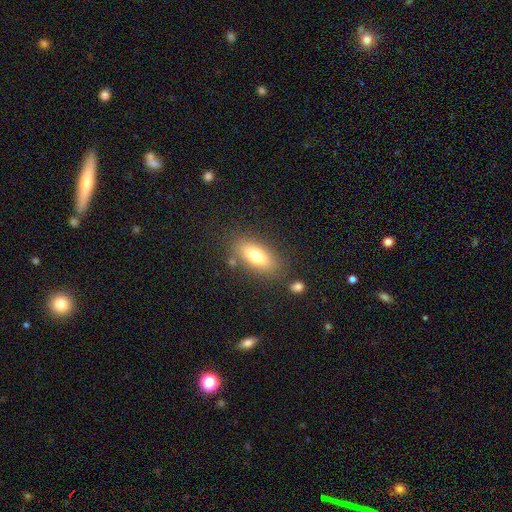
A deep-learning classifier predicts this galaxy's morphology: The model was most divided on "smooth or featured": smooth: 77%, featured or disk: 15%, star or artifact: 8%. More confident: how rounded — in between (83%); merging — none (79%).